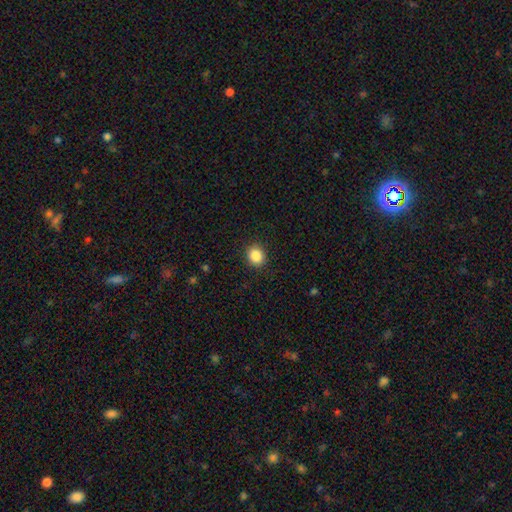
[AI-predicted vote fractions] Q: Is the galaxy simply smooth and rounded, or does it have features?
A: smooth — 87%.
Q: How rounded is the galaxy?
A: round — 70%.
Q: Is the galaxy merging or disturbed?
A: none — 90%.